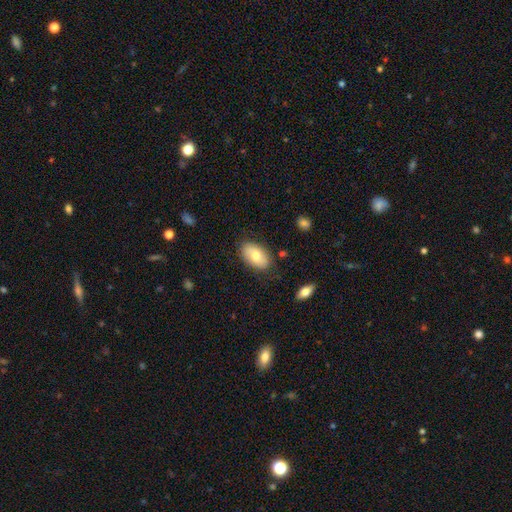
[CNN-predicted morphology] smooth 73%, featured or disk 20%, star or artifact 7%. Down the decision tree: how rounded — in between (92%); merging — none (81%).